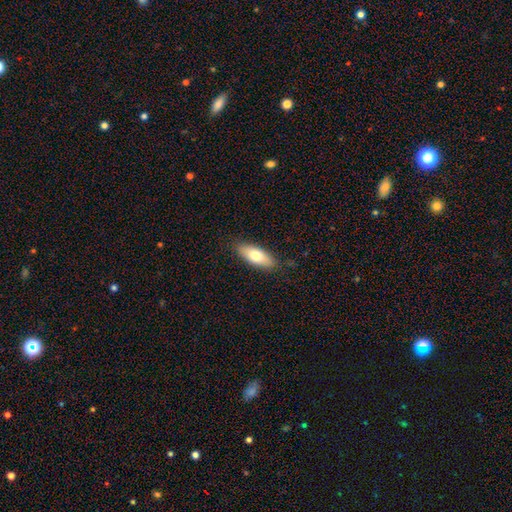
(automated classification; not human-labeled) Smooth or featured? smooth (73%)
How rounded? in between (74%)
Merging? none (86%)